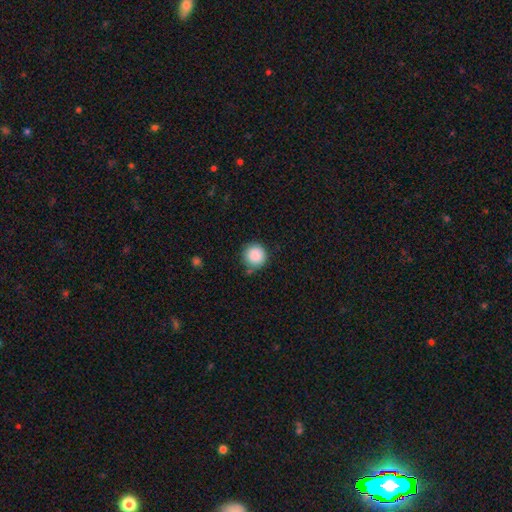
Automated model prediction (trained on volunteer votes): A smooth galaxy with no disk features (88%) that is round (94%). Merging: none (80%).